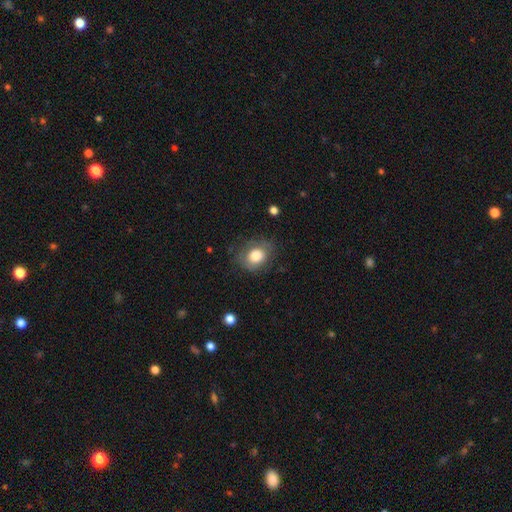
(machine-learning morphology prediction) A smooth galaxy with no disk features (75%) that is round (58%).

Vote fractions:
- Smooth or featured? smooth: 75% / featured or disk: 16% / star or artifact: 8%
- How rounded? round: 58% / in between: 41% / cigar-shaped: 1%
- Merging? none: 68% / minor disturbance: 21% / major disturbance: 9% / merger: 1%